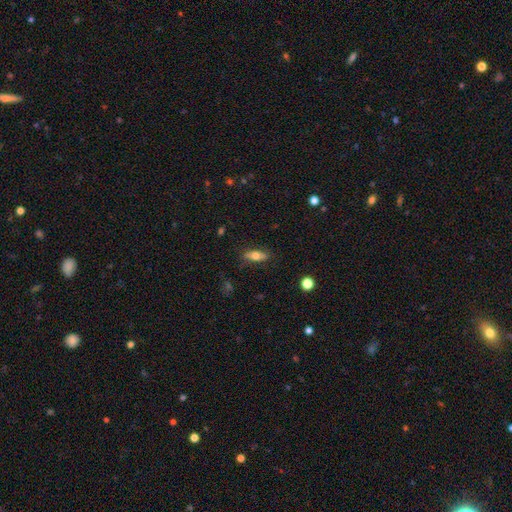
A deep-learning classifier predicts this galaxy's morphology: smooth_or_featured: smooth (p=0.63) [alt: featured or disk p=0.30]
how_rounded: in between (p=0.64) [alt: cigar-shaped p=0.32]
merging: none (p=0.83) [alt: minor disturbance p=0.13]